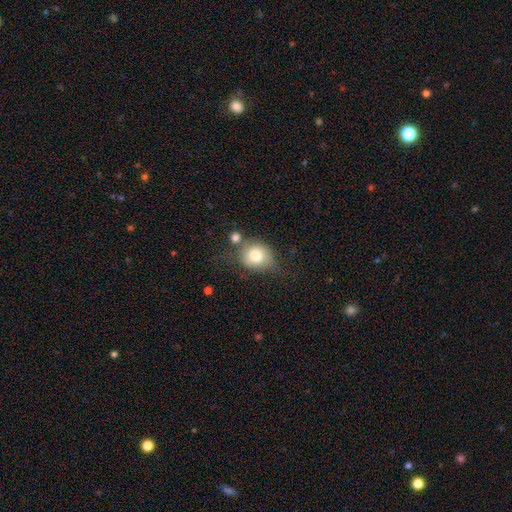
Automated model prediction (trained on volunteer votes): Q: Smooth or featured?
A: smooth (76%); runner-up: featured or disk (15%)
Q: How rounded?
A: round (68%); runner-up: in between (30%)
Q: Merging?
A: none (45%); runner-up: minor disturbance (27%)